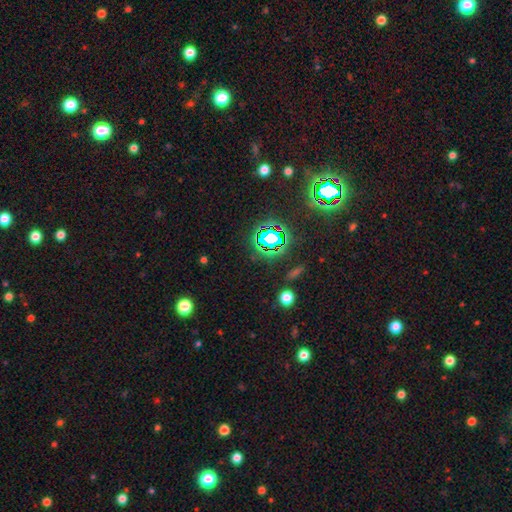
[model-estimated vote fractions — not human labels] This appears to be a star or artifact, not a galaxy (78%).